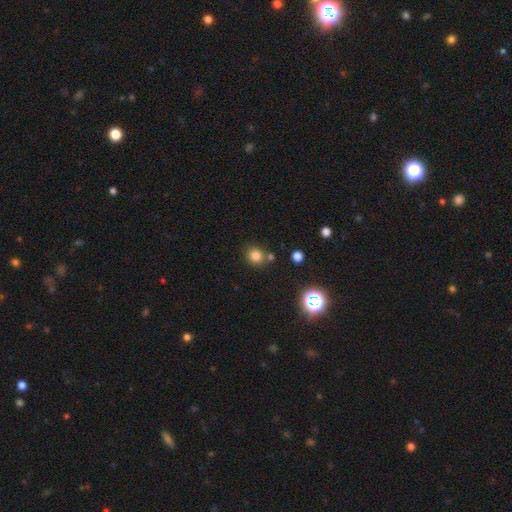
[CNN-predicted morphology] smooth 79%, star or artifact 15%, featured or disk 6%. Down the decision tree: how rounded — round (81%); merging — none (75%).